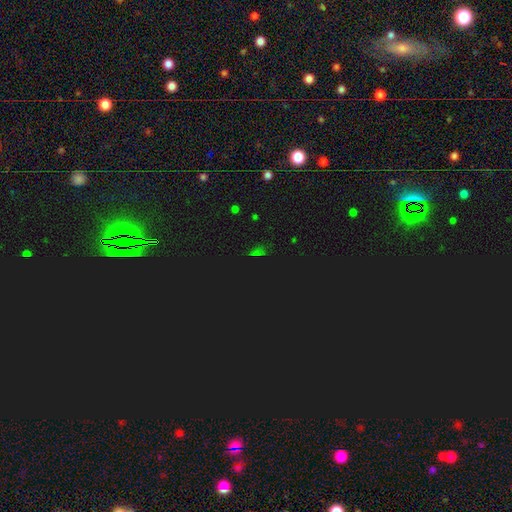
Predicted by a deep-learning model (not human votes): smooth_or_featured: star or artifact (p=0.71) [alt: smooth p=0.21]